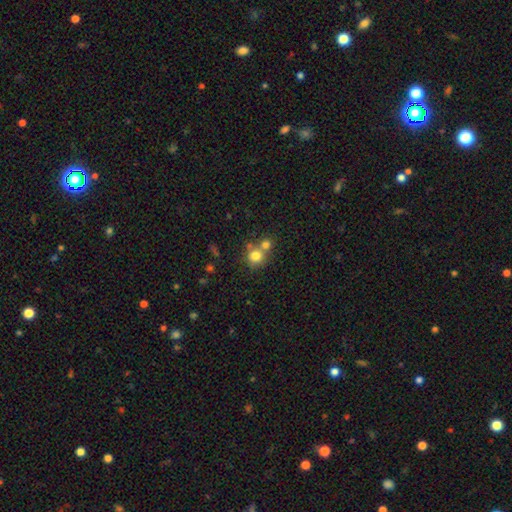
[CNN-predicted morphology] A smooth galaxy with no disk features (77%) that is round (87%). Merging: none (48%).